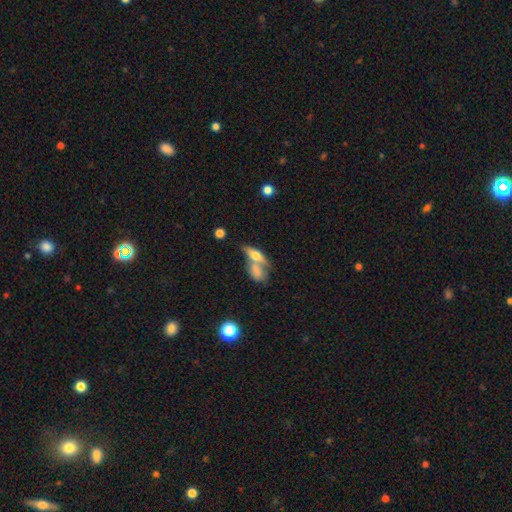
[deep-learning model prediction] smooth-or-featured: smooth: 49% | featured or disk: 42% | star or artifact: 9%
  merging: merger: 47% | none: 38% | minor disturbance: 10% | major disturbance: 6%